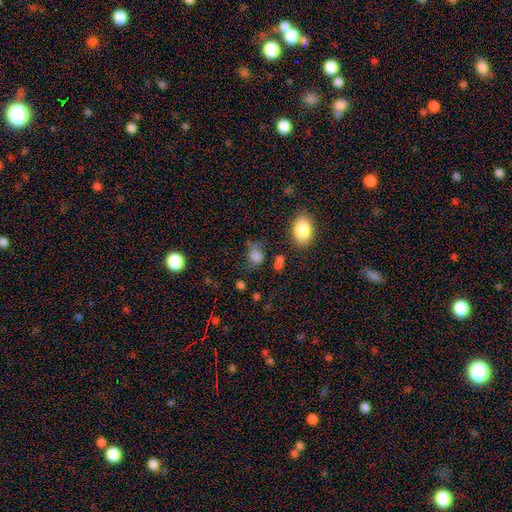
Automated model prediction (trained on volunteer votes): This appears to be a smooth galaxy with no disk features (77%) that is in between round and cigar-shaped (49%, tied with round). Merging: none (53%).